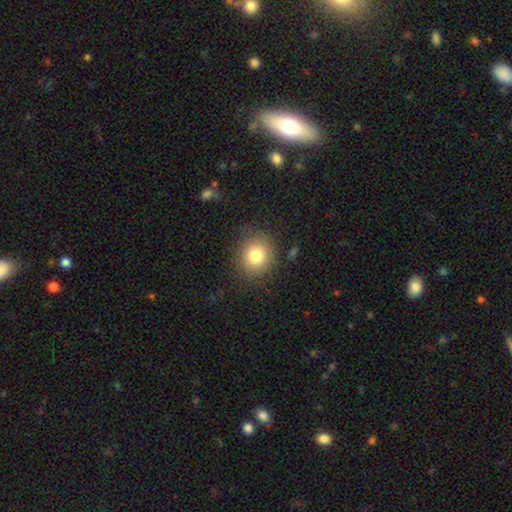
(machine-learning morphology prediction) This appears to be a smooth galaxy with no disk features (81%) that is round (80%). Merging: none (84%).